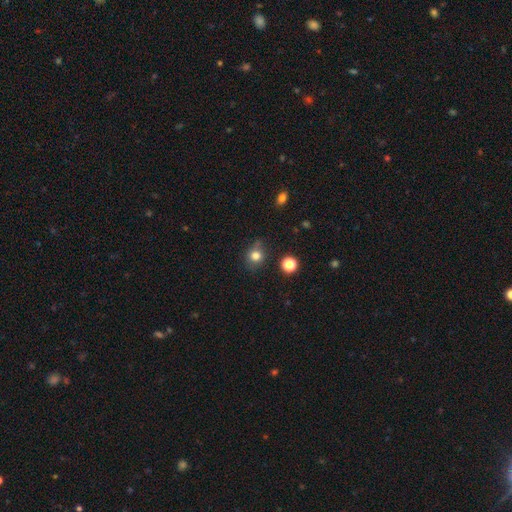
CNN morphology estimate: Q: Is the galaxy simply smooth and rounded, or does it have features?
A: smooth — 78%.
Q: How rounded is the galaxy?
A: round — 77%.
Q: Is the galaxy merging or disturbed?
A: none — 67%.